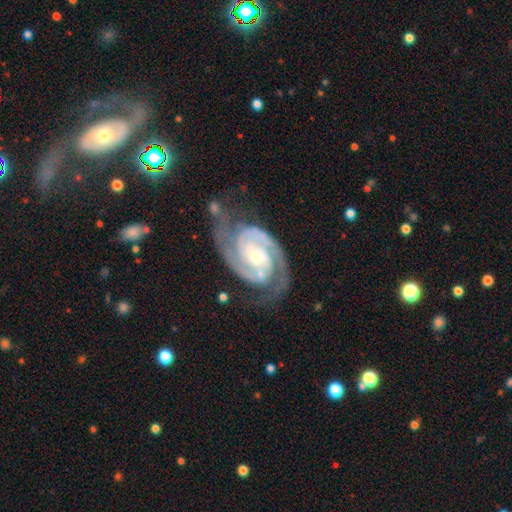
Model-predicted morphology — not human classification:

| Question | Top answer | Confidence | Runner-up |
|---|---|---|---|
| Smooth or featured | featured or disk | 93% | star or artifact (4%) |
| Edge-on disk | no | 98% | yes (2%) |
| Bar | no | 49% | weak (33%) |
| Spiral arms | yes | 99% | no (1%) |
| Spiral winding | tight | 55% | medium (40%) |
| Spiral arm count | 2 | 90% | 3 (4%) |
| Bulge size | small | 59% | moderate (36%) |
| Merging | none | 67% | minor disturbance (19%) |